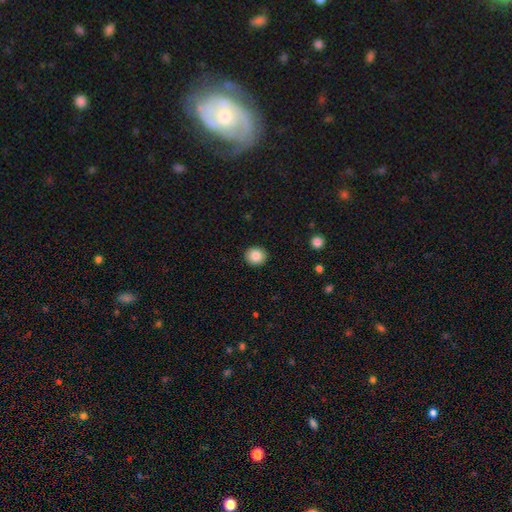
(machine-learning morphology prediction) Smooth or featured? smooth (84%)
How rounded? round (85%)
Merging? none (92%)